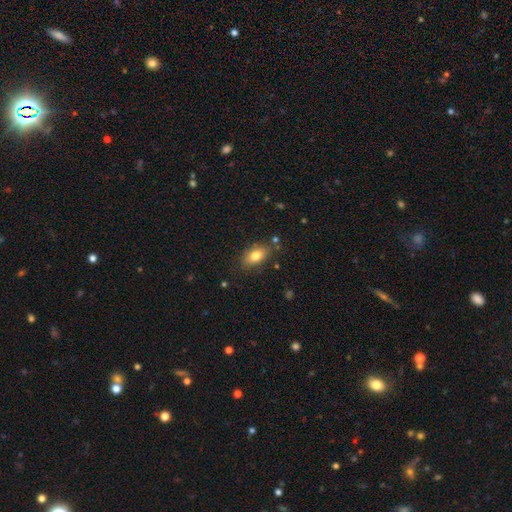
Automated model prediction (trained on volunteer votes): smooth-or-featured: smooth: 79% | featured or disk: 13% | star or artifact: 8%
  how-rounded: in between: 87% | round: 9% | cigar-shaped: 5%
  merging: none: 79% | minor disturbance: 14% | major disturbance: 3% | merger: 3%